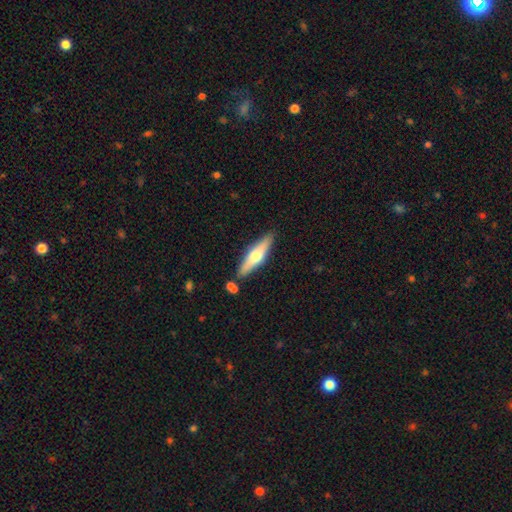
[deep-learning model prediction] This appears to be a smooth galaxy with no disk features (48%). Merging: none (82%).